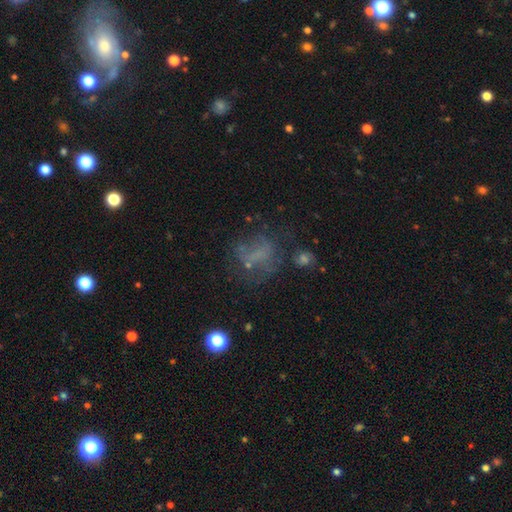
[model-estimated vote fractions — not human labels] smooth-or-featured: smooth: 36% | featured or disk: 34% | star or artifact: 30%
  merging: none: 49% | major disturbance: 25% | minor disturbance: 19% | merger: 6%